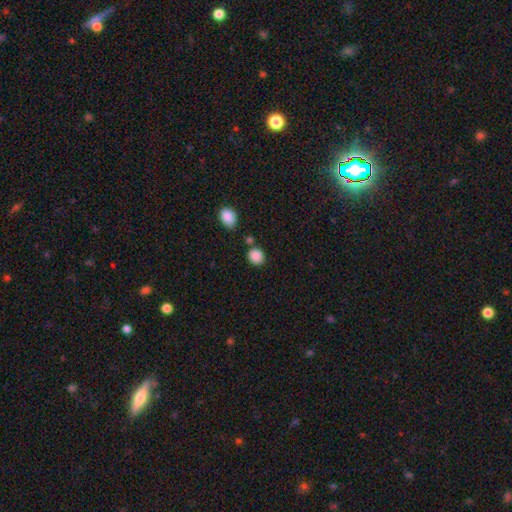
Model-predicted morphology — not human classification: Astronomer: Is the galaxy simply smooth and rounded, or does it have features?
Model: smooth — 88%.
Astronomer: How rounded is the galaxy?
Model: round — 79%.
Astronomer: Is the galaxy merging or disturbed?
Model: none — 76%.